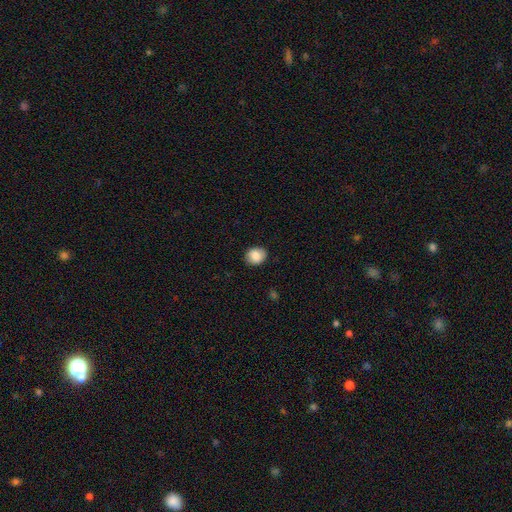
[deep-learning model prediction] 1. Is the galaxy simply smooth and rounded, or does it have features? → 85% smooth, 8% star or artifact, 7% featured or disk.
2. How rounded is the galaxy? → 60% round, 39% in between, 1% cigar-shaped.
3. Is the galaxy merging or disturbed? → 88% none, 9% minor disturbance, 2% major disturbance, 1% merger.